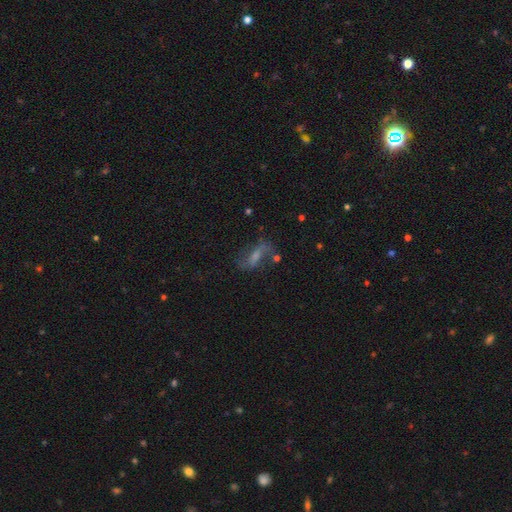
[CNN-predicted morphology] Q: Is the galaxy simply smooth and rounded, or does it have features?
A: featured or disk — 61%.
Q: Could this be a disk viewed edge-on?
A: no — 87%.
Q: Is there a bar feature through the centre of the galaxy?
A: weak — 42%.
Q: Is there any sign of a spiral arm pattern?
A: yes — 82%.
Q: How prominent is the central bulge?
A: small — 41%.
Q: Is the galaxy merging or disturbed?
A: none — 62%.